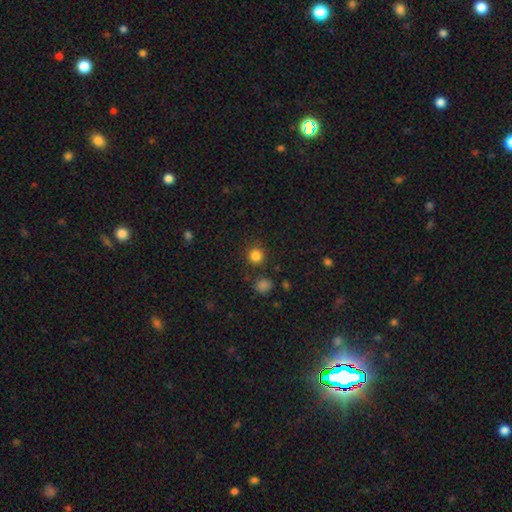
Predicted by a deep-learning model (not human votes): Overall: smooth (83%). How rounded: round (93%). Merging: none (87%).